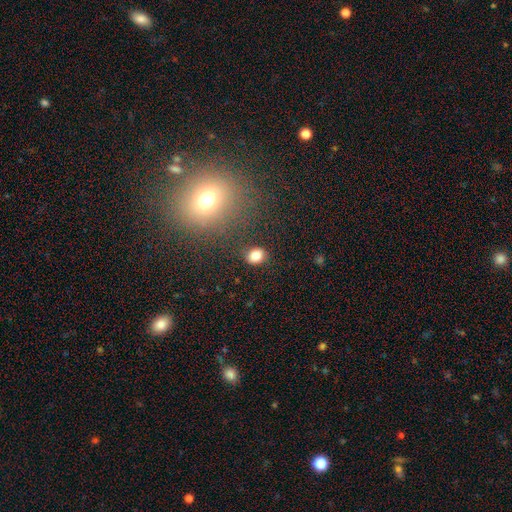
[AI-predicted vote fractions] smooth_or_featured: smooth (p=0.82) [alt: star or artifact p=0.11]
how_rounded: round (p=0.50) [alt: in between p=0.49]
merging: none (p=0.84) [alt: minor disturbance p=0.10]